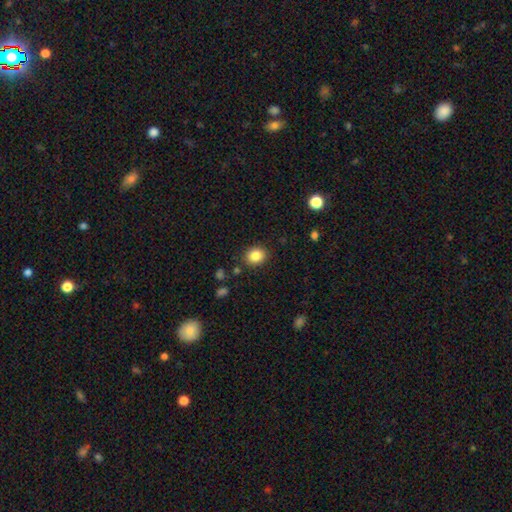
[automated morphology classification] Smooth or featured: smooth — 85% (star or artifact — 10%)
How rounded: round — 61% (in between — 39%)
Merging: none — 87% (minor disturbance — 8%)